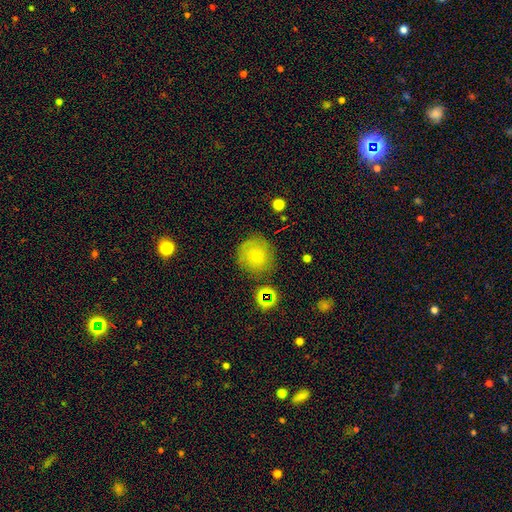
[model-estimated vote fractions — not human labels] A smooth galaxy with no disk features (60%) that is round (92%).

Vote fractions:
- Smooth or featured? smooth: 60% / featured or disk: 28% / star or artifact: 12%
- How rounded? round: 92% / in between: 7% / cigar-shaped: 1%
- Merging? none: 76% / minor disturbance: 14% / major disturbance: 5% / merger: 5%